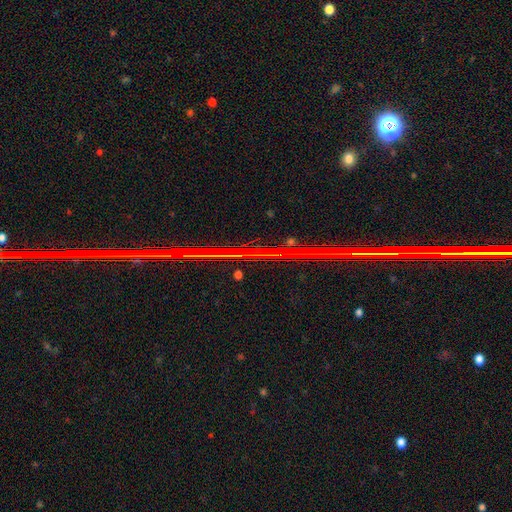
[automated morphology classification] A star or artifact, not a galaxy (79%).